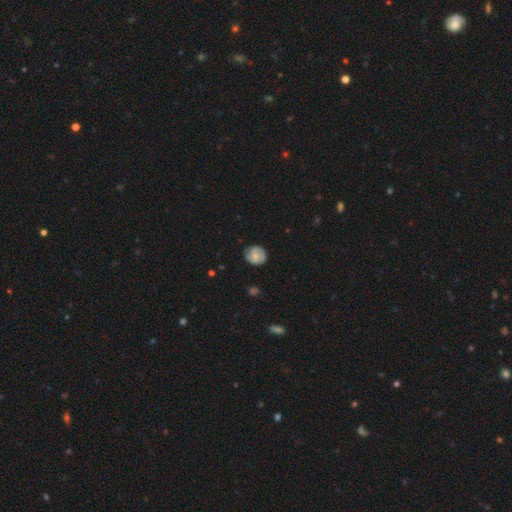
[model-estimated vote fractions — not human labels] Smooth or featured?
  - smooth: 47% *
  - featured or disk: 46%
  - star or artifact: 7%
Merging?
  - none: 71% *
  - minor disturbance: 22%
  - major disturbance: 6%
  - merger: 2%